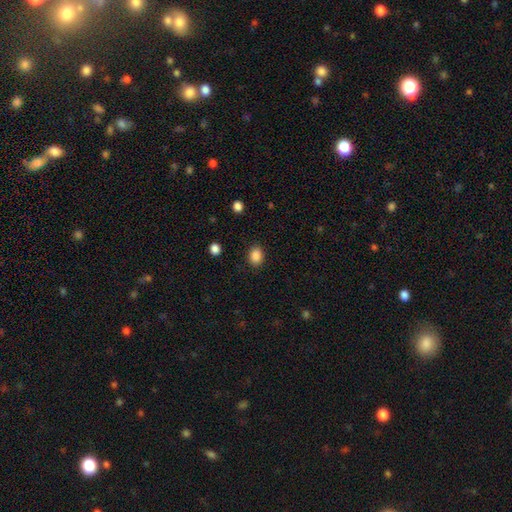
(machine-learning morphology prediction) A smooth galaxy with no disk features (87%) that is in between round and cigar-shaped (61%). Merging: none (88%).